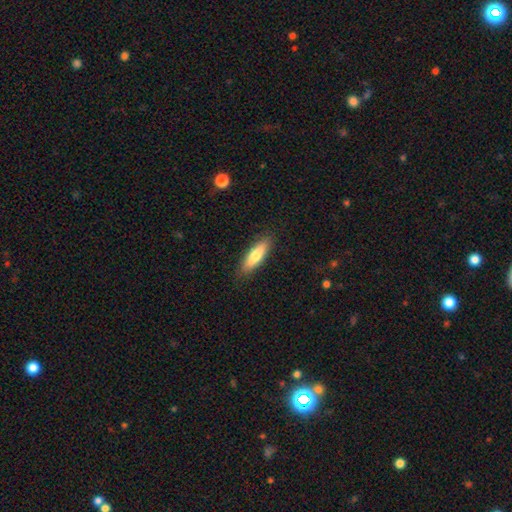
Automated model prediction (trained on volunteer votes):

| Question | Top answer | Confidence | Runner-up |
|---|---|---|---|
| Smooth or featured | smooth | 72% | featured or disk (22%) |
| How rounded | cigar-shaped | 61% | in between (37%) |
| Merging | none | 87% | minor disturbance (9%) |